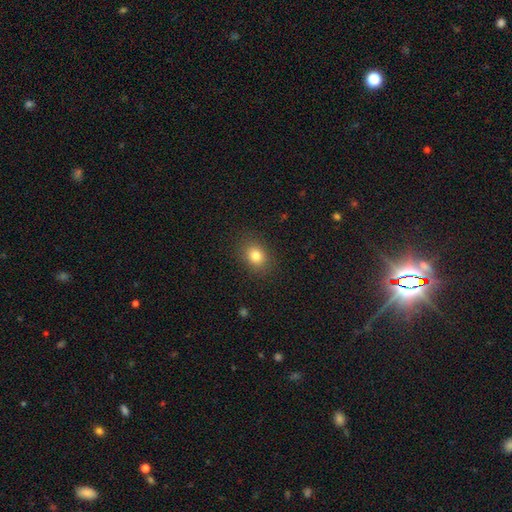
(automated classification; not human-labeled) Q: Smooth or featured?
A: smooth (81%); runner-up: star or artifact (11%)
Q: How rounded?
A: in between (51%); runner-up: round (48%)
Q: Merging?
A: none (87%); runner-up: minor disturbance (9%)